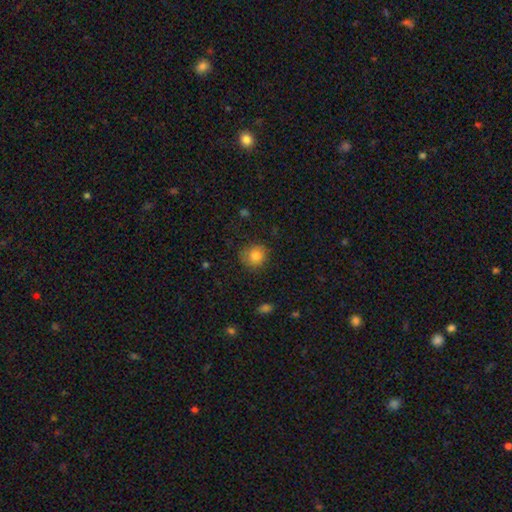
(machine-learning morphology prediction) A smooth galaxy with no disk features (82%) that is round (86%). Merging: none (80%).